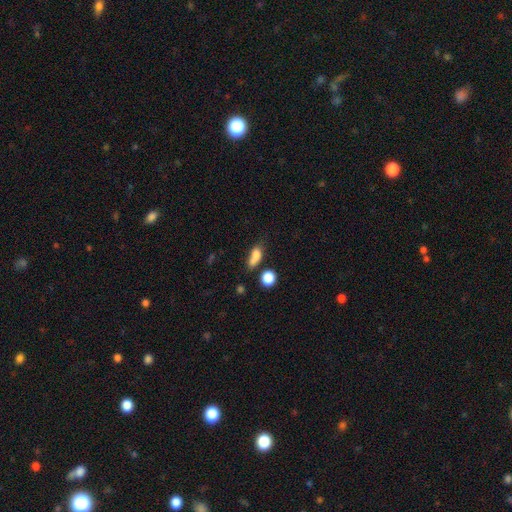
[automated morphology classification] Smooth or featured?
  - smooth: 77% *
  - featured or disk: 12%
  - star or artifact: 11%
How rounded?
  - in between: 68% *
  - round: 20%
  - cigar-shaped: 12%
Merging?
  - none: 39% *
  - merger: 26%
  - minor disturbance: 23%
  - major disturbance: 12%